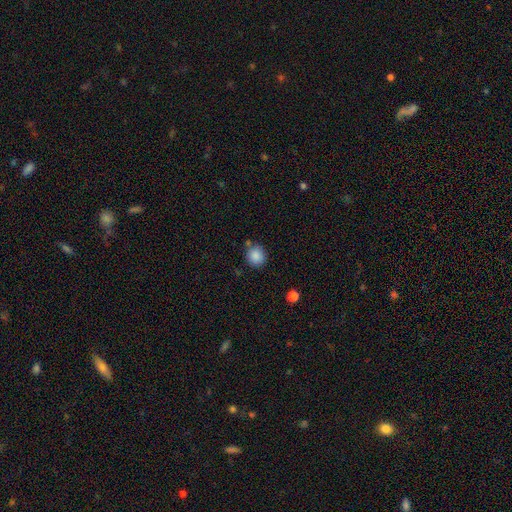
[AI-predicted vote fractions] Smooth or featured?
  - smooth: 87% *
  - star or artifact: 9%
  - featured or disk: 4%
How rounded?
  - round: 88% *
  - in between: 11%
  - cigar-shaped: 1%
Merging?
  - none: 79% *
  - minor disturbance: 11%
  - merger: 7%
  - major disturbance: 3%